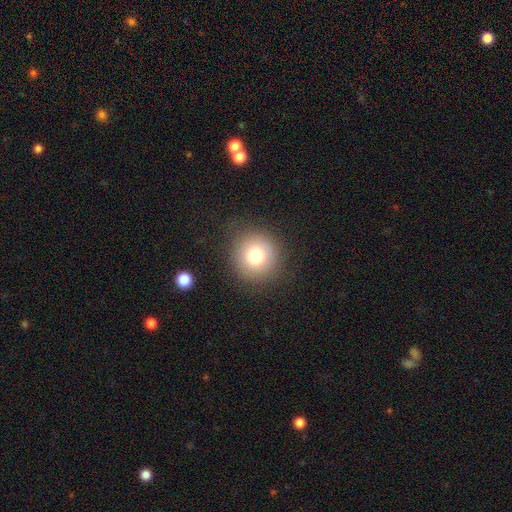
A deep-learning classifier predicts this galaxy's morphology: A smooth galaxy with no disk features (77%) that is round (94%). Merging: none (85%).